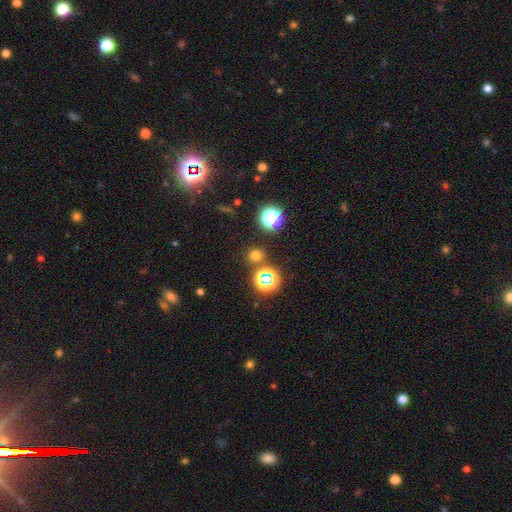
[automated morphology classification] Smooth or featured? Predicted: smooth (p=0.64). How rounded? Predicted: round (p=0.88). Merging? Predicted: none (p=0.82).